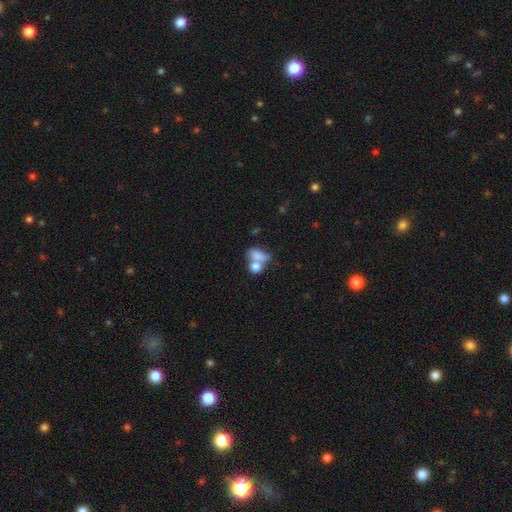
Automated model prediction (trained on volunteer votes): A smooth galaxy with no disk features (75%) that is in between round and cigar-shaped (71%).

Vote fractions:
- Smooth or featured? smooth: 75% / featured or disk: 14% / star or artifact: 10%
- How rounded? in between: 71% / round: 25% / cigar-shaped: 4%
- Merging? merger: 54% / none: 27% / minor disturbance: 11% / major disturbance: 8%